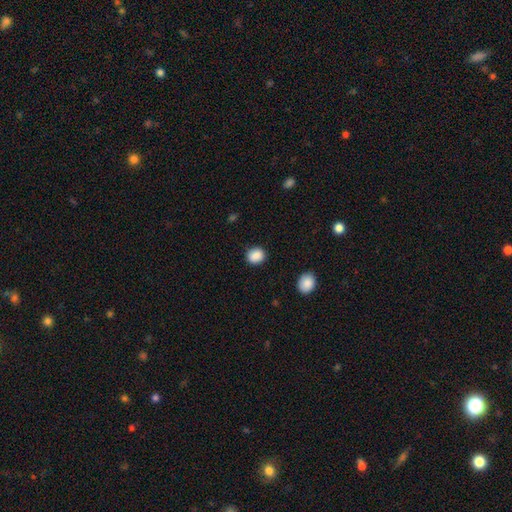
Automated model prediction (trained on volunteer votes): Smooth or featured? Predicted: smooth (p=0.89). How rounded? Predicted: round (p=0.72). Merging? Predicted: none (p=0.88).